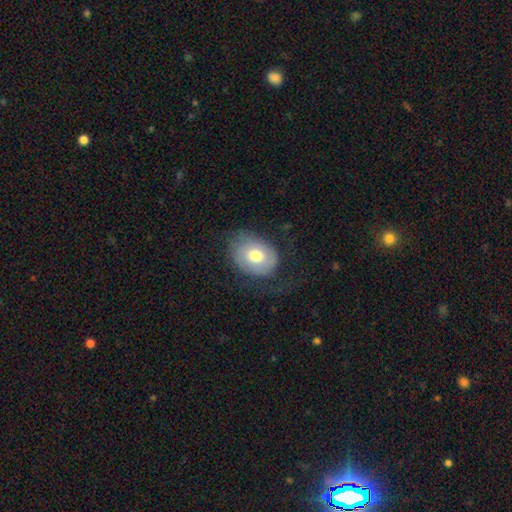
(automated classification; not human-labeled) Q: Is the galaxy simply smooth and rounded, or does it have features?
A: smooth — 60%.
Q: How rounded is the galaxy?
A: in between — 66%.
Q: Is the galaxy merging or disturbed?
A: none — 60%.